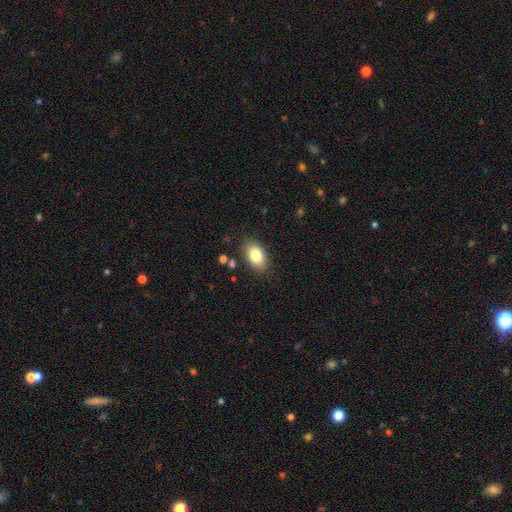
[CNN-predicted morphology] Overall: smooth (83%). How rounded: in between (91%). Merging: none (85%).